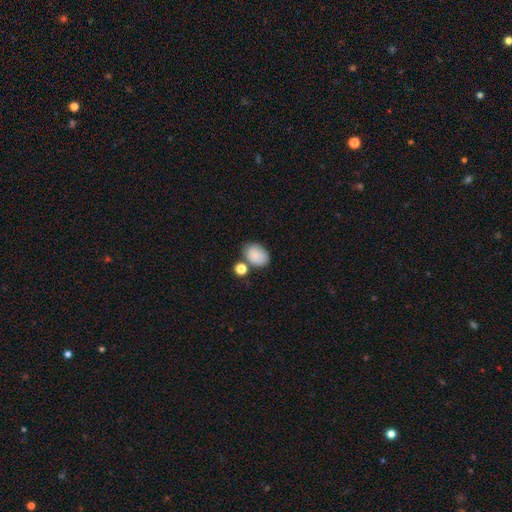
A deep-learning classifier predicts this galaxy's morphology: Smooth or featured? smooth (84%)
How rounded? in between (78%)
Merging? none (63%)